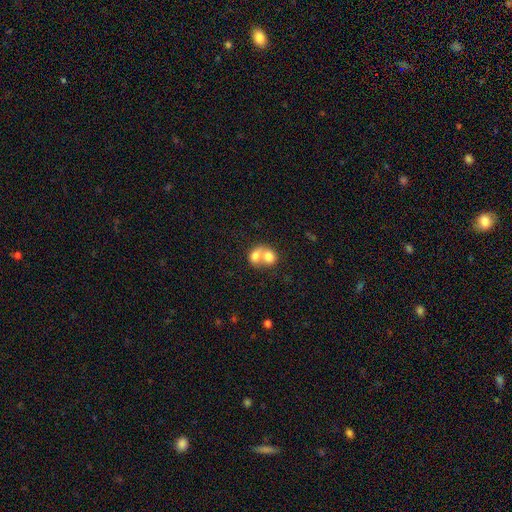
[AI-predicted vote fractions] Smooth or featured? Predicted: smooth (p=0.72). How rounded? Predicted: round (p=0.54). Merging? Predicted: merger (p=0.78).